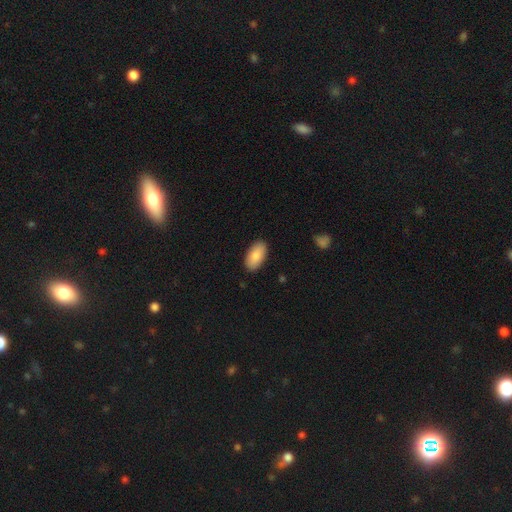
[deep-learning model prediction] smooth-or-featured: smooth: 86% | featured or disk: 8% | star or artifact: 6%
  how-rounded: in between: 95% | cigar-shaped: 3% | round: 3%
  merging: none: 89% | minor disturbance: 8% | major disturbance: 2% | merger: 1%